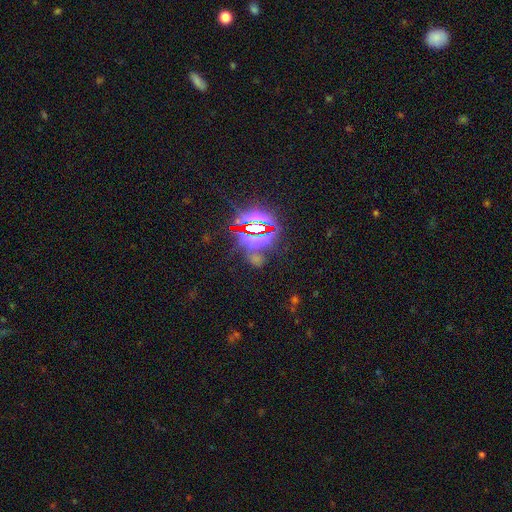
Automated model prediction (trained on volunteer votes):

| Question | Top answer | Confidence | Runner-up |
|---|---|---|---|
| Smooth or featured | star or artifact | 76% | smooth (16%) |